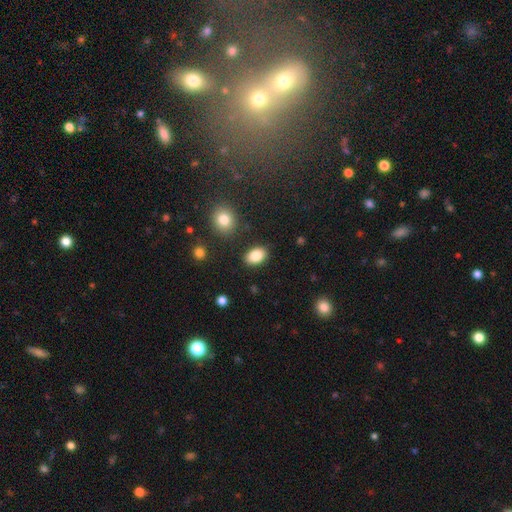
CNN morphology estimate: The model was most divided on "how rounded": in between: 85%, round: 13%, cigar-shaped: 1%. More confident: merging — none (86%); smooth or featured — smooth (85%).